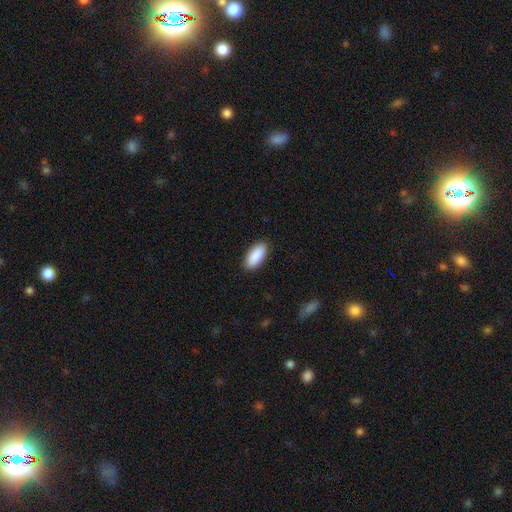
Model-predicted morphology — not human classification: This is clearly a smooth galaxy (90%). How rounded: clearly in between (90%). Merging: clearly none (89%).